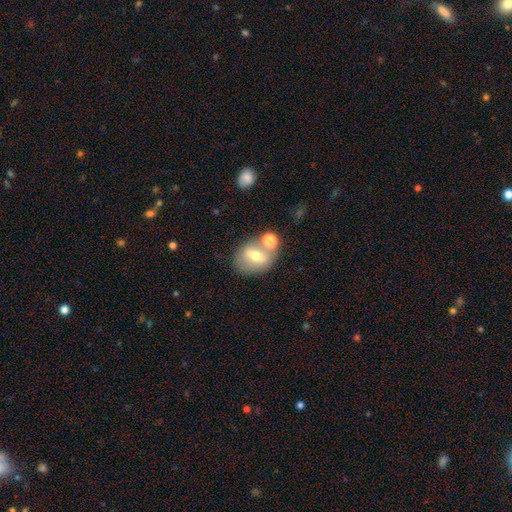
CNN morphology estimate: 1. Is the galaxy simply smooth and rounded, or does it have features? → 50% smooth, 40% featured or disk, 10% star or artifact.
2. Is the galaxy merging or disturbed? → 53% none, 29% merger, 13% minor disturbance, 5% major disturbance.